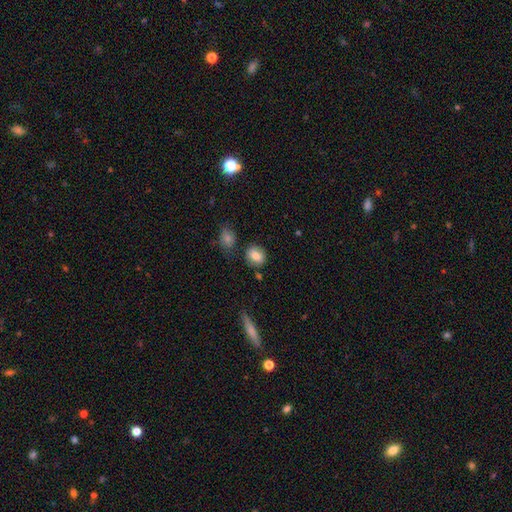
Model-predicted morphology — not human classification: smooth_or_featured: smooth (p=0.81) [alt: featured or disk p=0.10]
how_rounded: round (p=0.66) [alt: in between p=0.33]
merging: none (p=0.79) [alt: minor disturbance p=0.12]